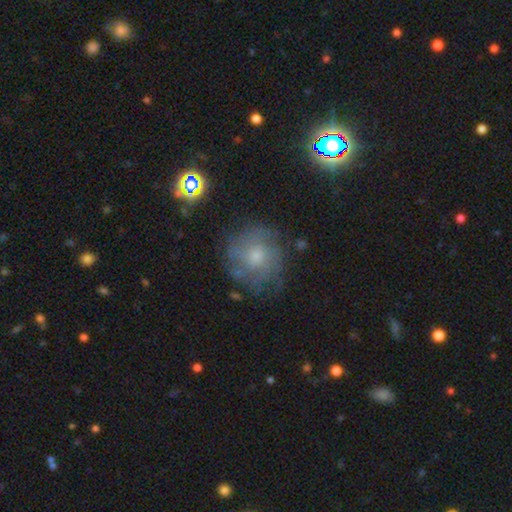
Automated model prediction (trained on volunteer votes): featured or disk 45%, smooth 36%, star or artifact 19%. Down the decision tree: merging — none (73%).